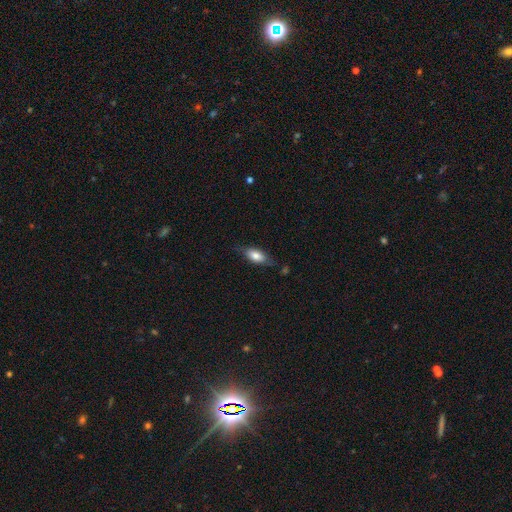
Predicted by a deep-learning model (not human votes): This appears to be a smooth galaxy with no disk features (70%) that is in between round and cigar-shaped (81%). Merging: none (68%).